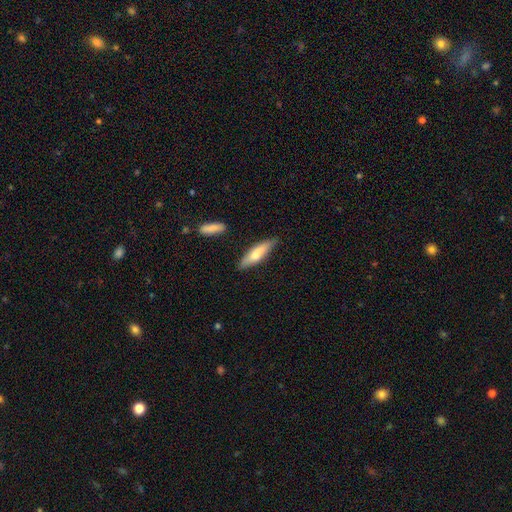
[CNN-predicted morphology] This is likely a smooth galaxy (68%). How rounded: likely cigar-shaped (67%). Merging: likely none (80%).